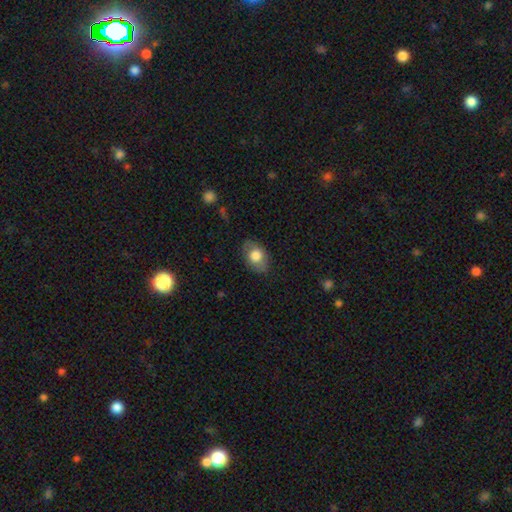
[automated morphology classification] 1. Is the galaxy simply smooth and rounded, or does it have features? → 76% smooth, 17% featured or disk, 7% star or artifact.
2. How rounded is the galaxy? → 83% in between, 16% round, 1% cigar-shaped.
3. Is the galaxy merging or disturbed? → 81% none, 14% minor disturbance, 3% major disturbance, 1% merger.